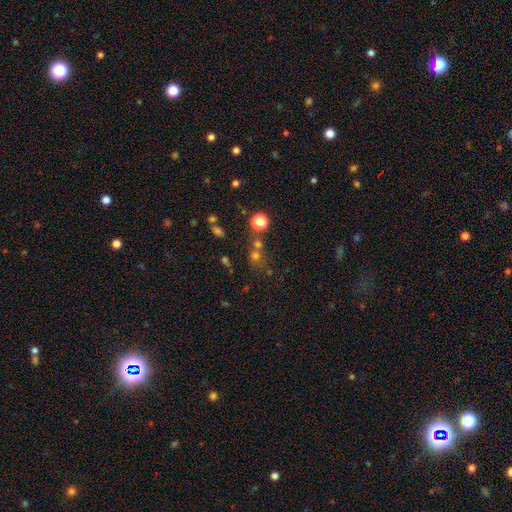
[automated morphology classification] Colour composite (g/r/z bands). It shows a smooth galaxy with no disk features (55%) that is round (84%). Merging: none (57%).